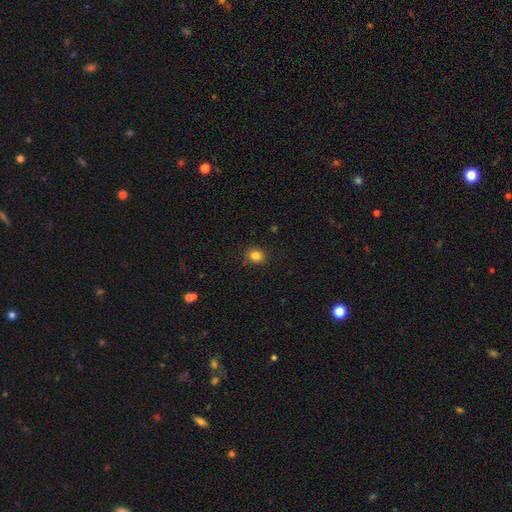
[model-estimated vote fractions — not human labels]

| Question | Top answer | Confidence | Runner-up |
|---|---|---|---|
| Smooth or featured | smooth | 83% | star or artifact (12%) |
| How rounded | round | 72% | in between (27%) |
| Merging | none | 85% | minor disturbance (10%) |